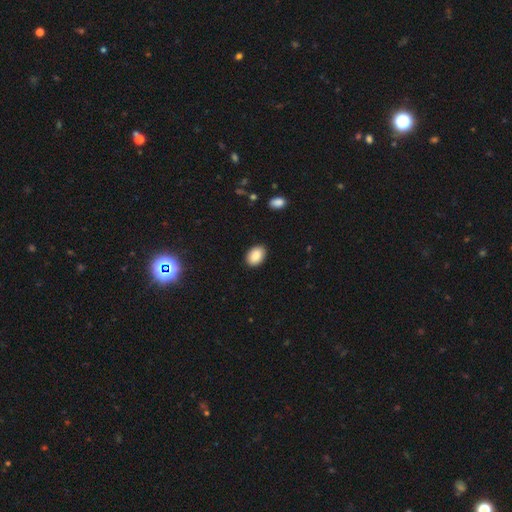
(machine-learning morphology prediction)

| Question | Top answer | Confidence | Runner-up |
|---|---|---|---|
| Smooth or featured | smooth | 88% | star or artifact (8%) |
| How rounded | in between | 80% | round (19%) |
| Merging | none | 89% | minor disturbance (8%) |